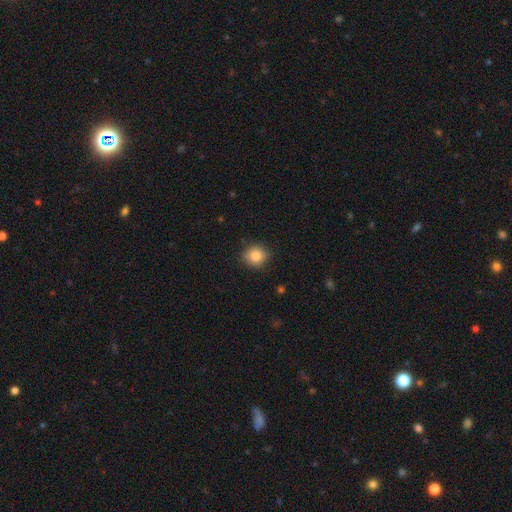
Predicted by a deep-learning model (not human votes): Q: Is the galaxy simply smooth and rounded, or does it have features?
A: smooth — 84%.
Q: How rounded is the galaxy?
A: round — 86%.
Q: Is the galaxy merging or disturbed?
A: none — 87%.